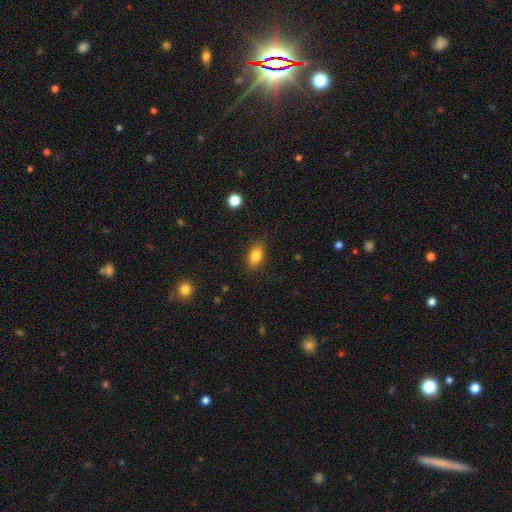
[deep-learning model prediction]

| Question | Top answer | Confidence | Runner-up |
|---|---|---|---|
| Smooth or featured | smooth | 83% | star or artifact (9%) |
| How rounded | in between | 85% | round (10%) |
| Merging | none | 83% | minor disturbance (12%) |